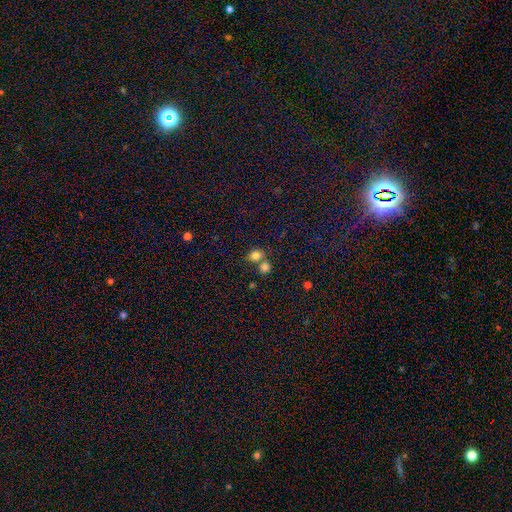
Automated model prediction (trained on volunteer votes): Overall: smooth (81%). How rounded: round (51%; in between 48%). Merging: none (48%; merger 39%).